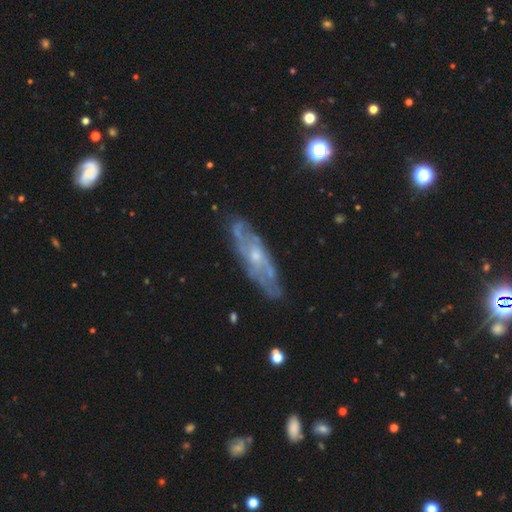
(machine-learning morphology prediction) The model was most divided on "bulge size": small: 62%, moderate: 33%, none: 3%, large: 1%, dominant: 1%. More confident: merging — none (76%); spiral arms — yes (76%); smooth or featured — featured or disk (76%); bar — no (73%); edge-on disk — no (73%).